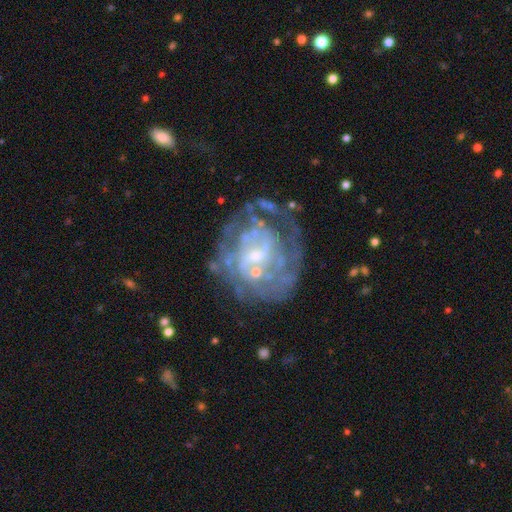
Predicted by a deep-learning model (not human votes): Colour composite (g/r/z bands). It shows a featured or disk galaxy (80%) with no bar (54%), tight (55%) spiral arms (71%) and a small central bulge (63%). Merging: none (54%).